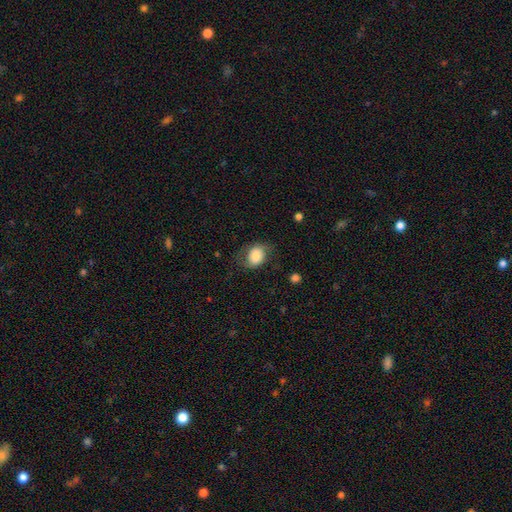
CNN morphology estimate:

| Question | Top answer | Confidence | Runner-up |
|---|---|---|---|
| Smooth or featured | smooth | 75% | featured or disk (17%) |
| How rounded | in between | 63% | round (36%) |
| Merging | none | 61% | minor disturbance (25%) |